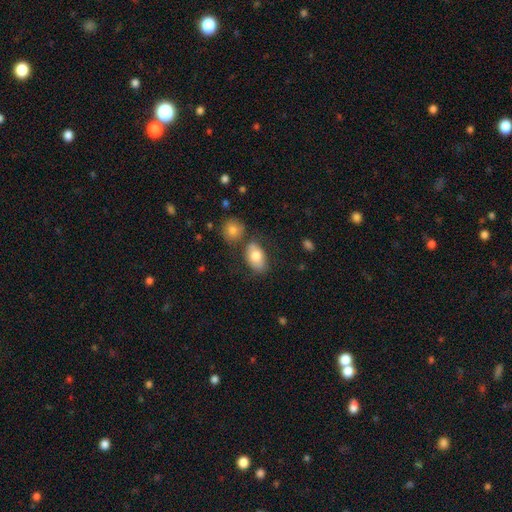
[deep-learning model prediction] The model was most divided on "merging": none: 66%, minor disturbance: 16%, merger: 14%, major disturbance: 5%. More confident: how rounded — in between (89%); smooth or featured — smooth (77%).